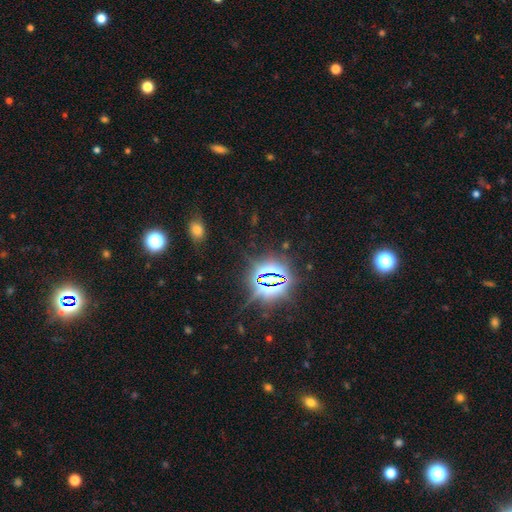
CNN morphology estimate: The model was most divided on "smooth or featured": star or artifact: 81%, smooth: 13%, featured or disk: 7%.